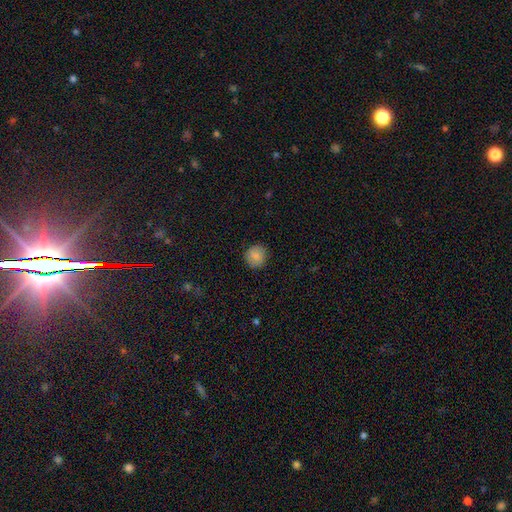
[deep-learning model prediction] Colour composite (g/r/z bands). It shows a smooth galaxy with no disk features (85%) that is round (90%). Merging: none (89%).